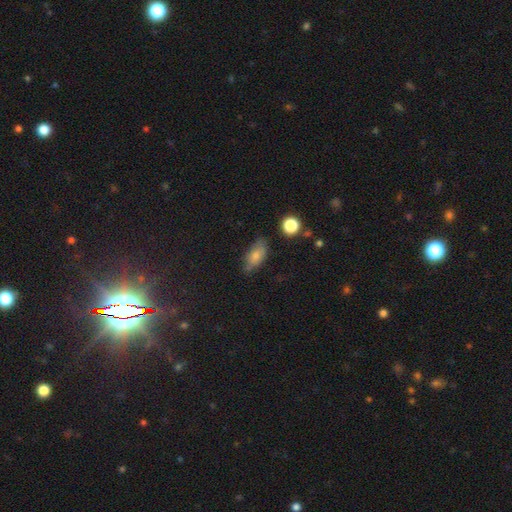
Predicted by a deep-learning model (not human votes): Smooth or featured? smooth (71%)
How rounded? in between (82%)
Merging? none (66%)